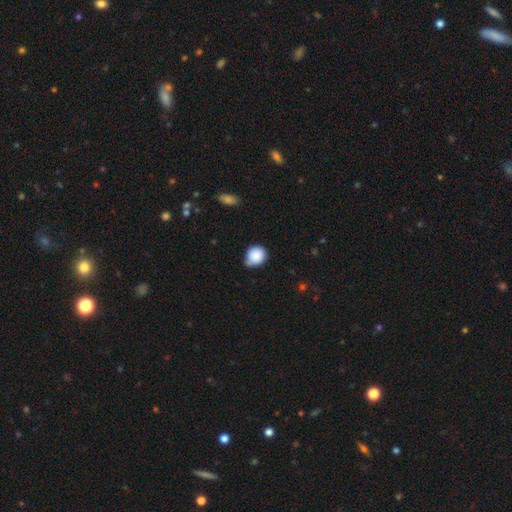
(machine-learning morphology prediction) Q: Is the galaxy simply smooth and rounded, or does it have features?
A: smooth — 87%.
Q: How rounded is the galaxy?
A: round — 83%.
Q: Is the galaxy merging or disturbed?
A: none — 61%.